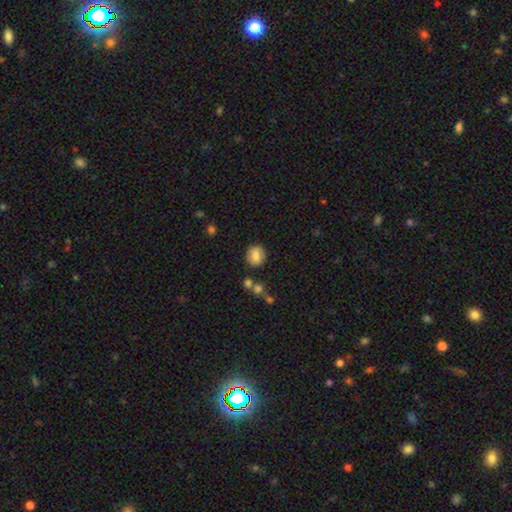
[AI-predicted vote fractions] This appears to be a smooth galaxy with no disk features (78%) that is round (63%). Merging: none (78%).